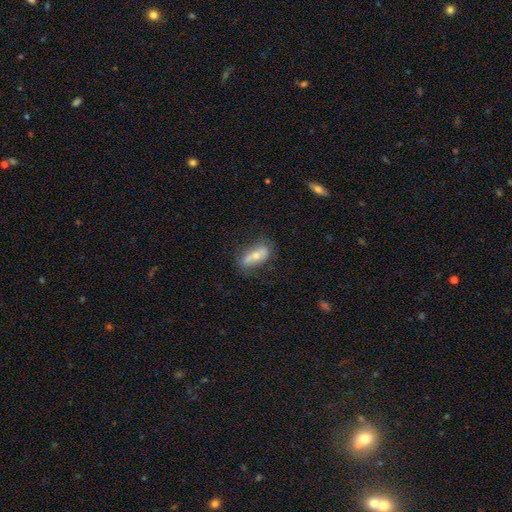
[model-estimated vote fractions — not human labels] Smooth or featured: smooth — 54% (featured or disk — 39%)
How rounded: in between — 69% (cigar-shaped — 27%)
Merging: none — 70% (minor disturbance — 20%)